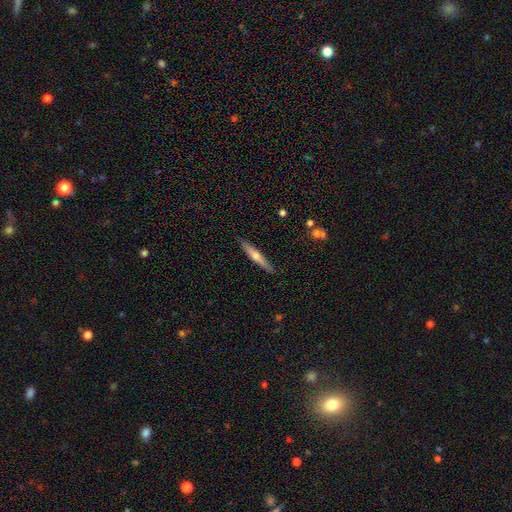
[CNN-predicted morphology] A featured or disk galaxy (51%) viewed edge-on (93%).

Vote fractions:
- Smooth or featured? featured or disk: 51% / smooth: 43% / star or artifact: 6%
- Edge-on disk? yes: 93% / no: 7%
- Merging? none: 89% / minor disturbance: 9% / major disturbance: 2% / merger: 1%